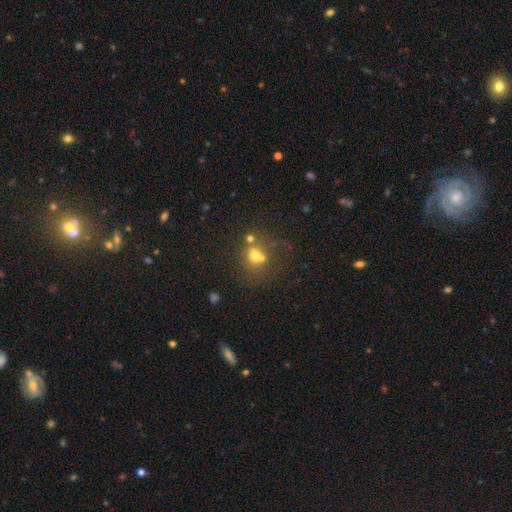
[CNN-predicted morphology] The model was most divided on "merging": merger: 43%, none: 39%, minor disturbance: 11%, major disturbance: 8%. More confident: how rounded — round (67%); smooth or featured — smooth (59%).